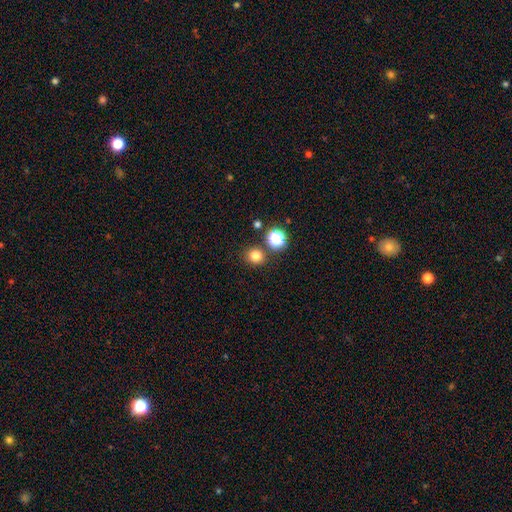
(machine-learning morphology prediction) A smooth galaxy with no disk features (78%) that is round (85%). Merging: none (82%).